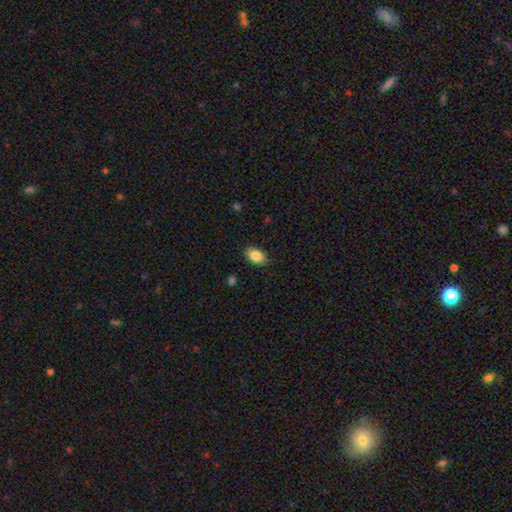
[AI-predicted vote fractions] A smooth galaxy with no disk features (87%) that is in between round and cigar-shaped (91%).

Vote fractions:
- Smooth or featured? smooth: 87% / star or artifact: 7% / featured or disk: 6%
- How rounded? in between: 91% / round: 8% / cigar-shaped: 1%
- Merging? none: 85% / minor disturbance: 11% / major disturbance: 2% / merger: 1%